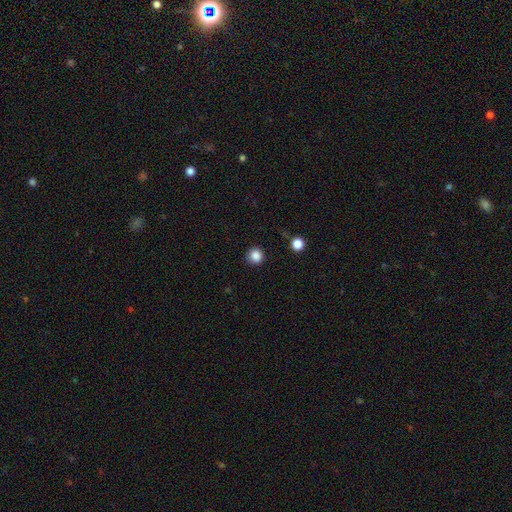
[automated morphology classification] Smooth or featured? smooth (86%)
How rounded? round (94%)
Merging? none (90%)